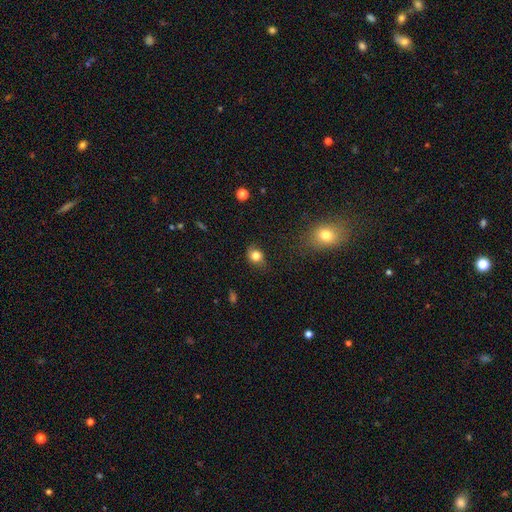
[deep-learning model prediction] smooth 81%, star or artifact 10%, featured or disk 9%. Down the decision tree: how rounded — round (57%); merging — none (71%).